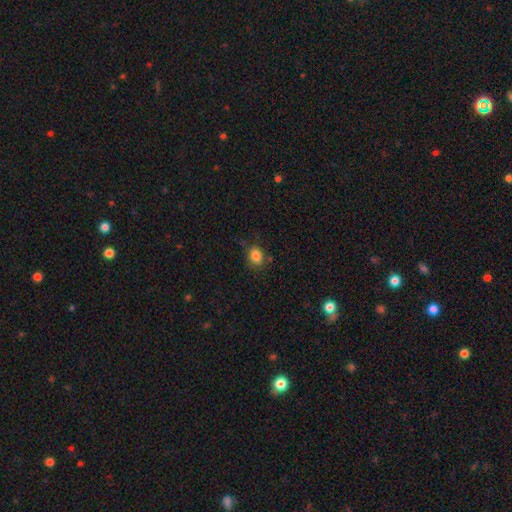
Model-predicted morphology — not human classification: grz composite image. It shows a smooth galaxy with no disk features (84%) that is in between round and cigar-shaped (59%). Merging: none (74%).